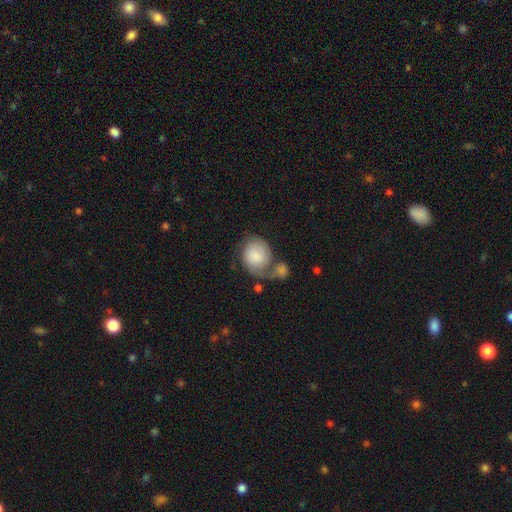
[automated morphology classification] A smooth galaxy with no disk features (65%) that is round (68%). Merging: merger (33%).